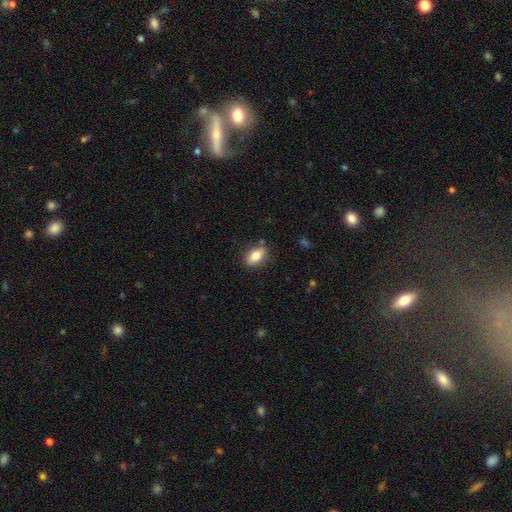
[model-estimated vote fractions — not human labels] smooth-or-featured: smooth: 83% | featured or disk: 9% | star or artifact: 8%
  how-rounded: in between: 87% | round: 9% | cigar-shaped: 4%
  merging: none: 83% | minor disturbance: 12% | major disturbance: 3% | merger: 3%